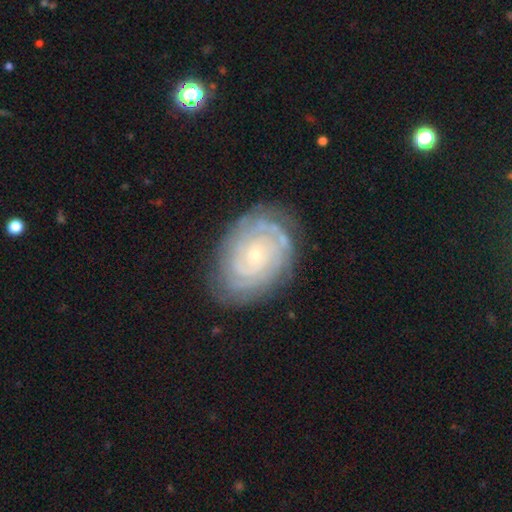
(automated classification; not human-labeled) A featured or disk galaxy (85%) with no bar (77%), tight (82%) spiral arms (96%) and a small central bulge (77%). Merging: none (78%).